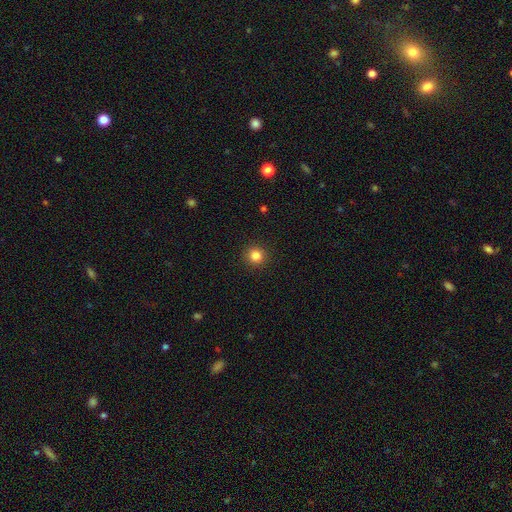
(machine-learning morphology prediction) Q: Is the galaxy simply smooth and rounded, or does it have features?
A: smooth — 83%.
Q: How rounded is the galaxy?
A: round — 94%.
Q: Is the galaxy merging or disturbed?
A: none — 92%.